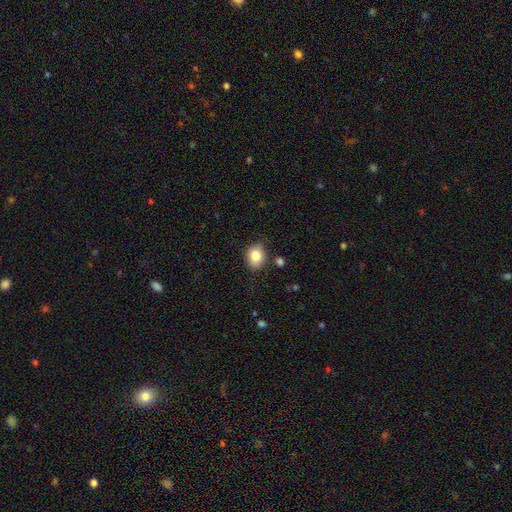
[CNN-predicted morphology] smooth 82%, star or artifact 9%, featured or disk 9%. Down the decision tree: how rounded — in between (51%); merging — none (77%).